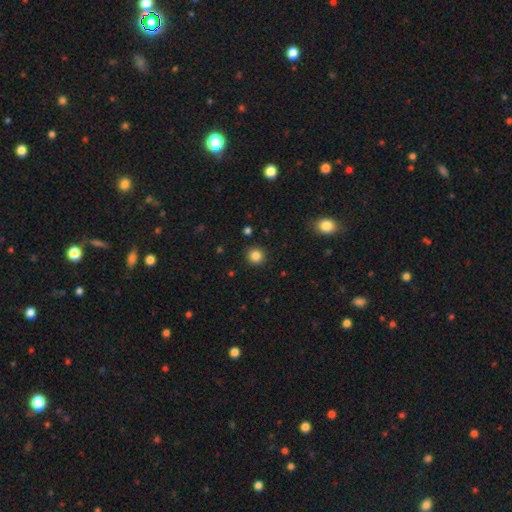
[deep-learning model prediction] Smooth or featured? Predicted: smooth (p=0.84). How rounded? Predicted: round (p=0.93). Merging? Predicted: none (p=0.91).